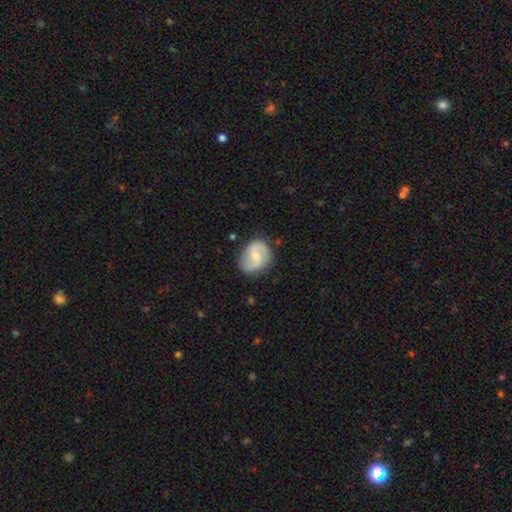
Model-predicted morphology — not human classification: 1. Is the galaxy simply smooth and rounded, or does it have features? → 60% featured or disk, 34% smooth, 6% star or artifact.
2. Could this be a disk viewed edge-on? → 98% no, 2% yes.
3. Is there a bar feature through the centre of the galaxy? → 46% weak, 44% no, 9% strong.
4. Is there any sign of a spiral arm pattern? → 89% yes, 11% no.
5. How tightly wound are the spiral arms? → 43% medium, 40% loose, 17% tight.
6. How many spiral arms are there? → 87% 2, 7% can't tell, 3% 1, 1% 3, 1% 4, 1% more than 4.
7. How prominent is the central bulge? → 52% small, 41% moderate, 4% none, 2% large, 1% dominant.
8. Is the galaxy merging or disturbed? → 77% none, 17% minor disturbance, 4% major disturbance, 2% merger.